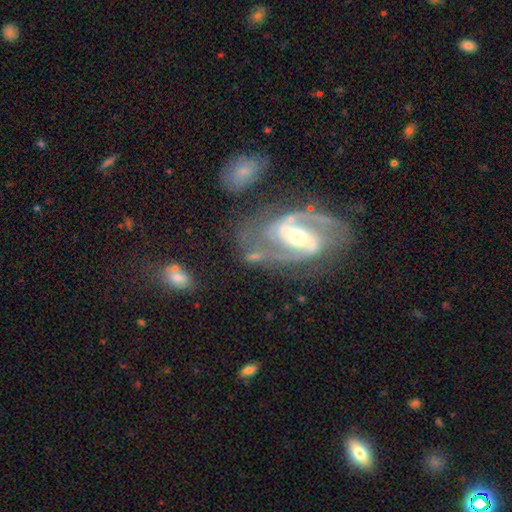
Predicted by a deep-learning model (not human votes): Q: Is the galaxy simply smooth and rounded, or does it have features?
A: featured or disk — 87%.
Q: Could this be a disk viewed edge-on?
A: no — 97%.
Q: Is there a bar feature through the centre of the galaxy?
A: strong — 41%.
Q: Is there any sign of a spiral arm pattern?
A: yes — 95%.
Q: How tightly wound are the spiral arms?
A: medium — 57%.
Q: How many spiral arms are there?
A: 2 — 88%.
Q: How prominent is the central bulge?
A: moderate — 65%.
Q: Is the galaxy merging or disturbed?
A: none — 61%.